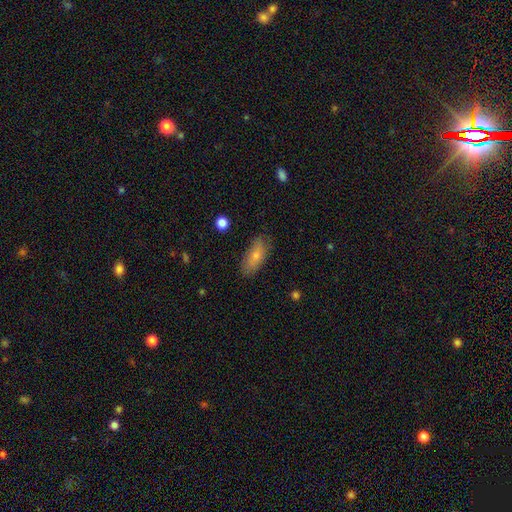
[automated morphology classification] smooth 66%, featured or disk 25%, star or artifact 9%. Down the decision tree: how rounded — in between (74%); merging — none (78%).